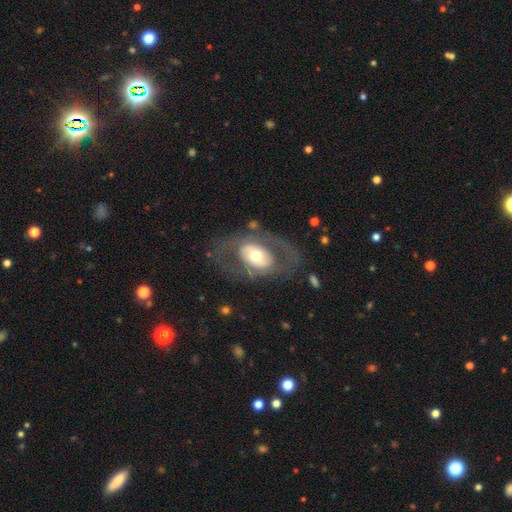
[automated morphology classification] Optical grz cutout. It shows a featured or disk galaxy (65%) with no bar (69%), no spiral arms (63%) and a moderate central bulge (65%). Merging: none (66%).